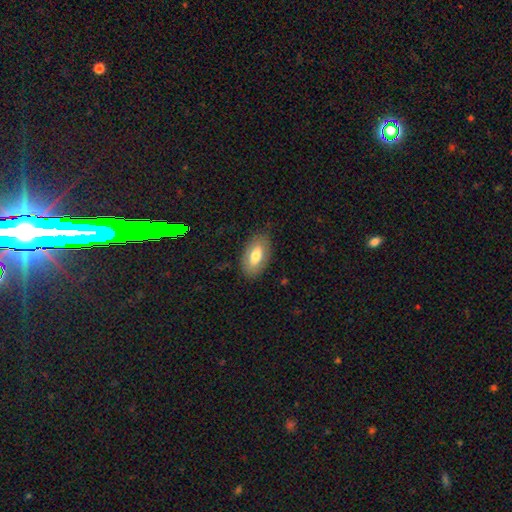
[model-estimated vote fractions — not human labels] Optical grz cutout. It shows a smooth galaxy with no disk features (71%) that is in between round and cigar-shaped (93%). Merging: none (81%).